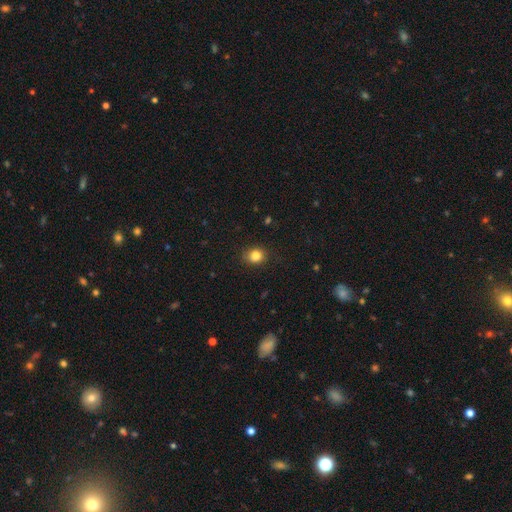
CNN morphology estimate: Smooth or featured? Predicted: smooth (p=0.85). How rounded? Predicted: round (p=0.66). Merging? Predicted: none (p=0.85).